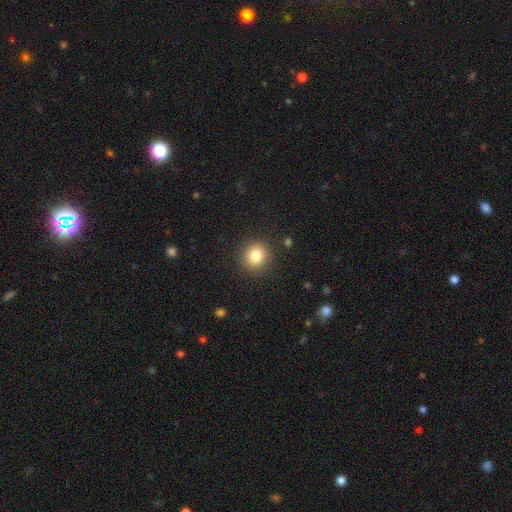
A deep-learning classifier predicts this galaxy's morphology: A smooth galaxy with no disk features (83%) that is round (88%).

Vote fractions:
- Smooth or featured? smooth: 83% / star or artifact: 11% / featured or disk: 6%
- How rounded? round: 88% / in between: 11% / cigar-shaped: 1%
- Merging? none: 90% / minor disturbance: 6% / major disturbance: 2% / merger: 1%